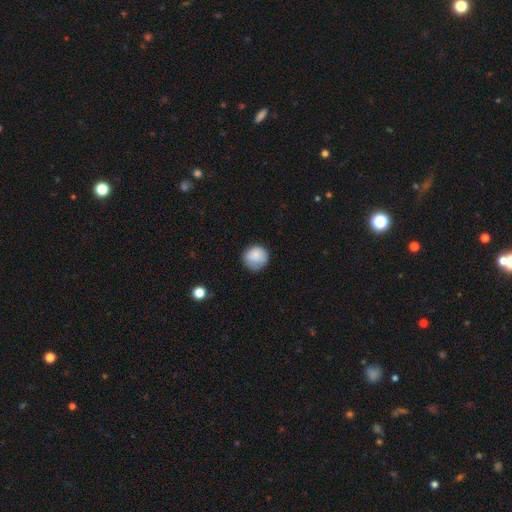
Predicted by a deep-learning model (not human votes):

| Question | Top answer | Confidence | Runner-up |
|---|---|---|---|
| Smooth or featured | smooth | 85% | star or artifact (8%) |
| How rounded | round | 89% | in between (10%) |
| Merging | none | 72% | minor disturbance (21%) |